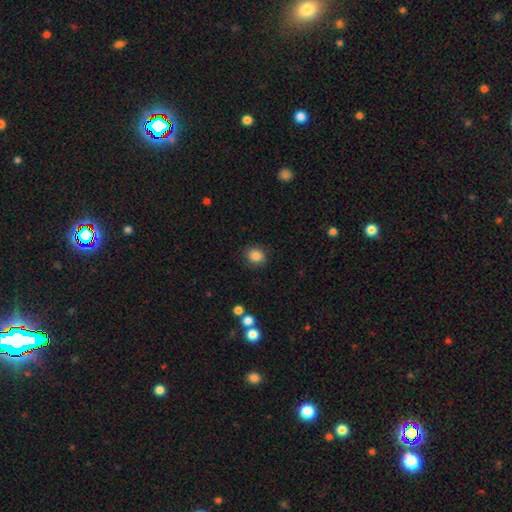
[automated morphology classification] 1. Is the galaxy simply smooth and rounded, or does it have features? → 86% smooth, 10% star or artifact, 4% featured or disk.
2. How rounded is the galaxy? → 72% round, 27% in between, 1% cigar-shaped.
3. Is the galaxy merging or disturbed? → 86% none, 10% minor disturbance, 3% major disturbance, 1% merger.